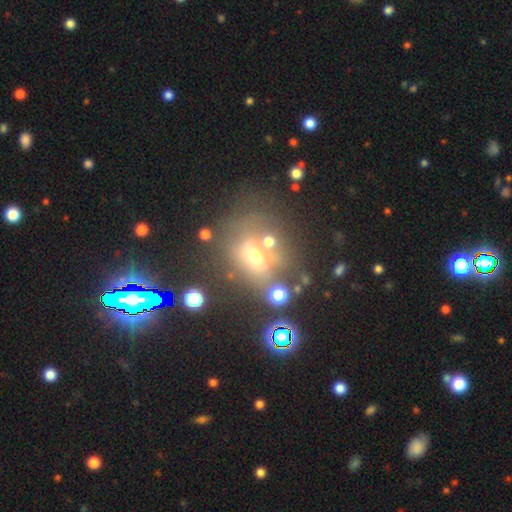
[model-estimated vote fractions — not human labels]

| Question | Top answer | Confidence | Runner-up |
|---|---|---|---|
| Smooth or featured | smooth | 47% | star or artifact (29%) |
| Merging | none | 54% | merger (19%) |